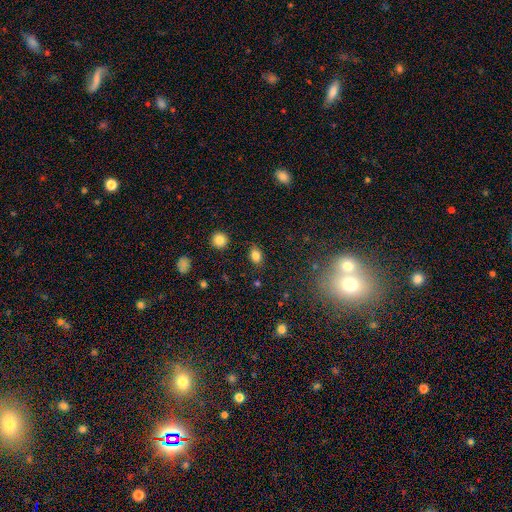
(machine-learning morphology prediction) Smooth or featured? smooth (82%)
How rounded? in between (75%)
Merging? none (84%)